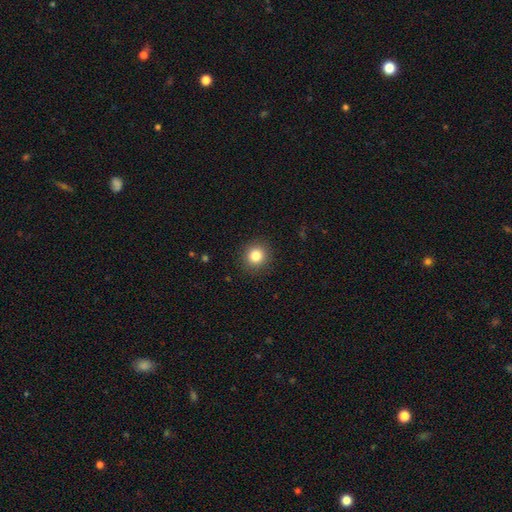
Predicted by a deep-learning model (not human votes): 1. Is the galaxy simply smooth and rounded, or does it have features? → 83% smooth, 11% star or artifact, 6% featured or disk.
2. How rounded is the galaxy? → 92% round, 7% in between, 1% cigar-shaped.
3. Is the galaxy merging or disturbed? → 91% none, 6% minor disturbance, 2% major disturbance, 1% merger.